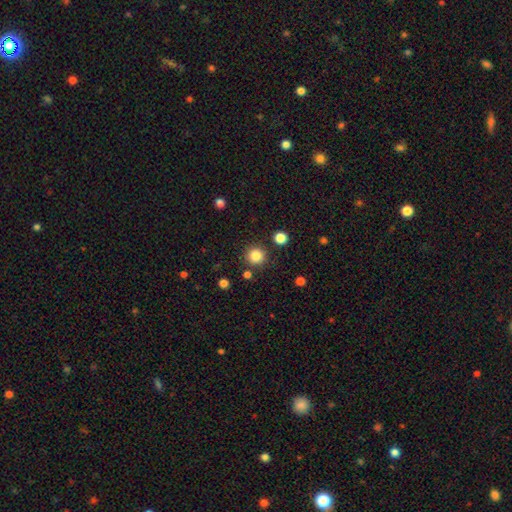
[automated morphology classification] smooth 84%, star or artifact 11%, featured or disk 4%. Down the decision tree: how rounded — round (94%); merging — none (88%).